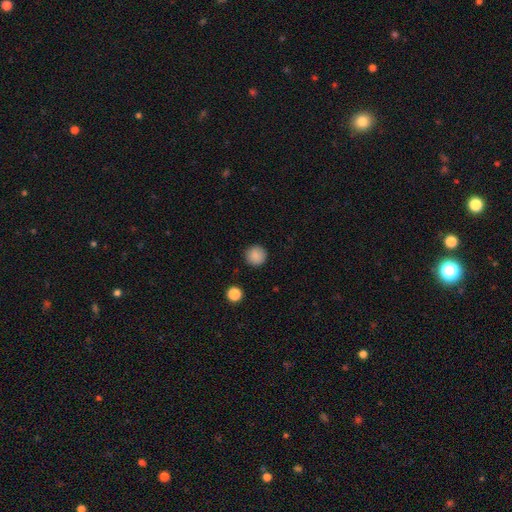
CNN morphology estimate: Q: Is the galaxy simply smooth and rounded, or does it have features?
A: smooth — 87%.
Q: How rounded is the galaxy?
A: round — 95%.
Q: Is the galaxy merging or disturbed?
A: none — 91%.